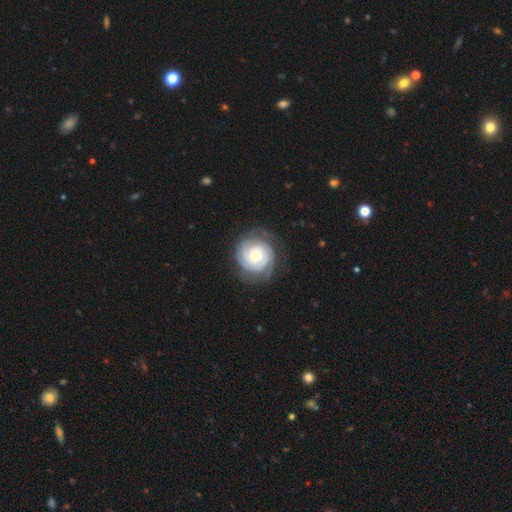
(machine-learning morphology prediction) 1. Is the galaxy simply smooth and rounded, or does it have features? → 78% featured or disk, 17% smooth, 5% star or artifact.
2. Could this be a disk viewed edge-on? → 98% no, 2% yes.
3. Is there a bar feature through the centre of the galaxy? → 77% no, 18% weak, 4% strong.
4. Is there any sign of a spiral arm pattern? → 94% yes, 6% no.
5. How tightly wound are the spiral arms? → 79% tight, 16% medium, 5% loose.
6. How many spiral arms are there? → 36% 2, 30% can't tell, 17% 3, 6% 4, 6% 1, 5% more than 4.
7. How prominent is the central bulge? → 65% moderate, 21% small, 11% large, 1% dominant, 1% none.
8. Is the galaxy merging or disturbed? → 74% none, 16% minor disturbance, 8% major disturbance, 1% merger.